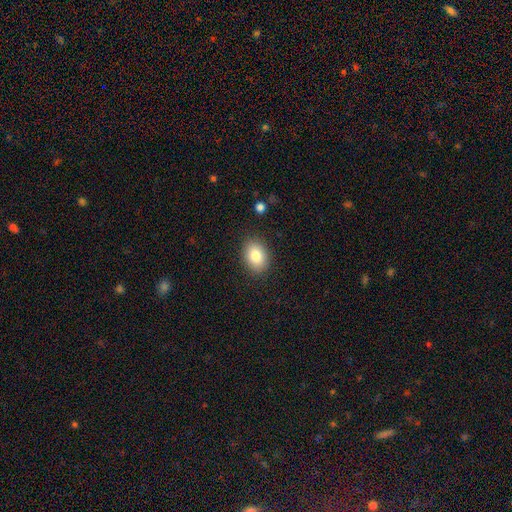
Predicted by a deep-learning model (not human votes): Smooth or featured: smooth — 82% (featured or disk — 9%)
How rounded: in between — 70% (round — 29%)
Merging: none — 87% (minor disturbance — 9%)